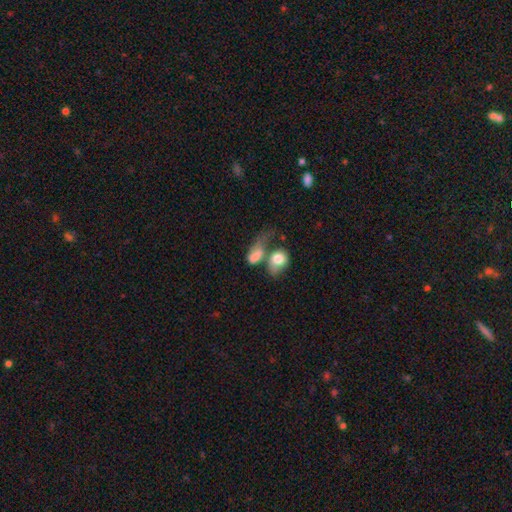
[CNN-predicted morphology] Smooth or featured? smooth (72%)
How rounded? in between (79%)
Merging? merger (50%)